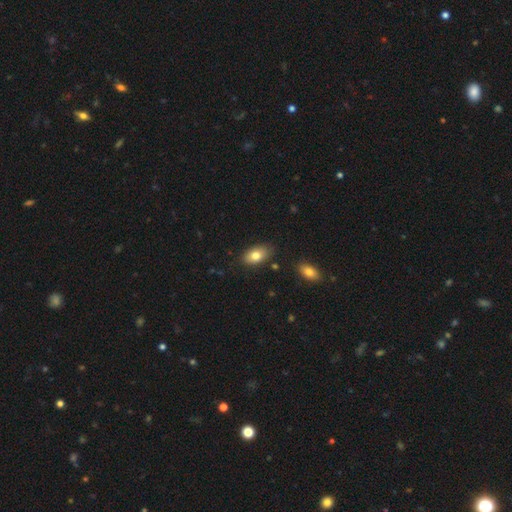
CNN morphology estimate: Smooth or featured? smooth (79%)
How rounded? in between (91%)
Merging? none (81%)